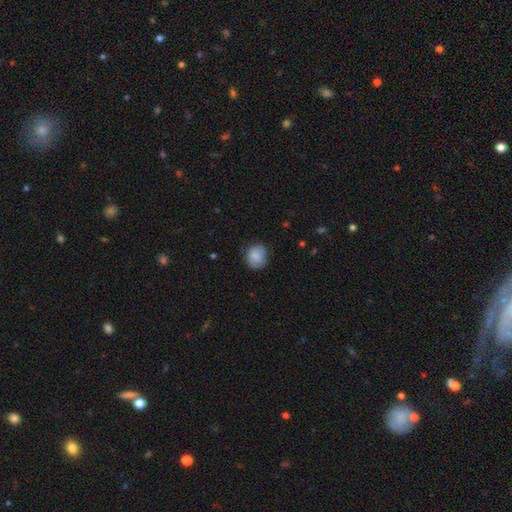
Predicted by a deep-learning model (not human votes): smooth 84%, featured or disk 9%, star or artifact 8%. Down the decision tree: how rounded — round (74%); merging — none (77%).